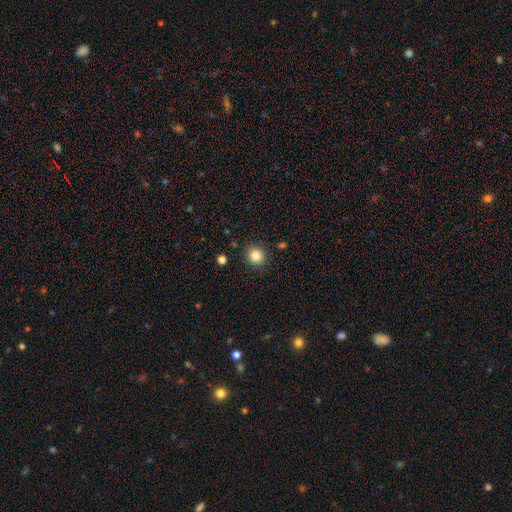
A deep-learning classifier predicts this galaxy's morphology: This is clearly a smooth galaxy (84%). How rounded: clearly round (92%). Merging: clearly none (90%).